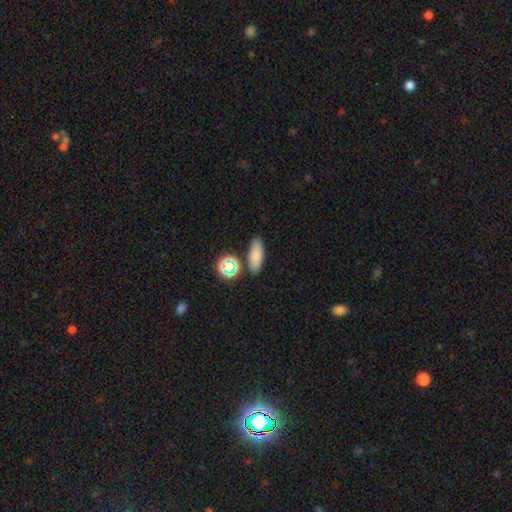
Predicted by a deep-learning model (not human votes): Morphology: type=smooth (79%); roundness=in between (72%); merging=none (81%).